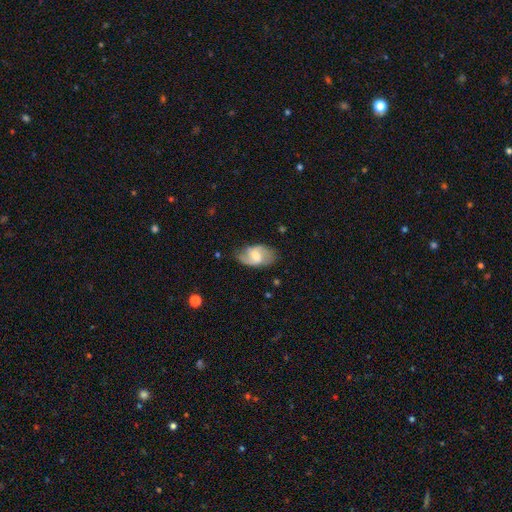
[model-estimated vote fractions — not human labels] The model was most divided on "bulge size": moderate: 54%, small: 39%, large: 4%, none: 2%, dominant: 1%. More confident: edge-on disk — no (95%); spiral arms — yes (85%); merging — none (70%); smooth or featured — featured or disk (61%); bar — weak (54%).